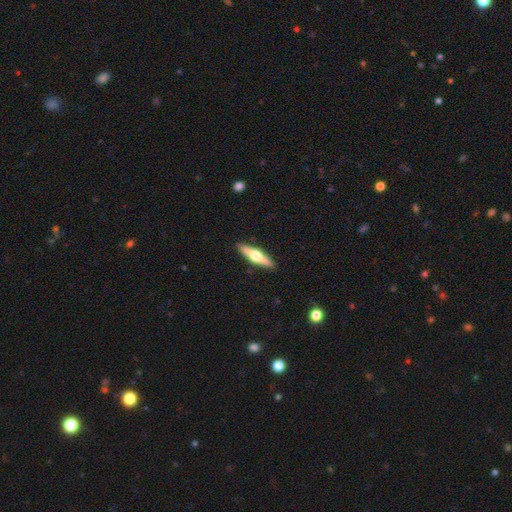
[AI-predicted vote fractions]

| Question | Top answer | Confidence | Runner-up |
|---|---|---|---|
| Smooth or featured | featured or disk | 61% | smooth (34%) |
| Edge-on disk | yes | 95% | no (5%) |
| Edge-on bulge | rounded | 95% | boxy (3%) |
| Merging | none | 90% | minor disturbance (7%) |